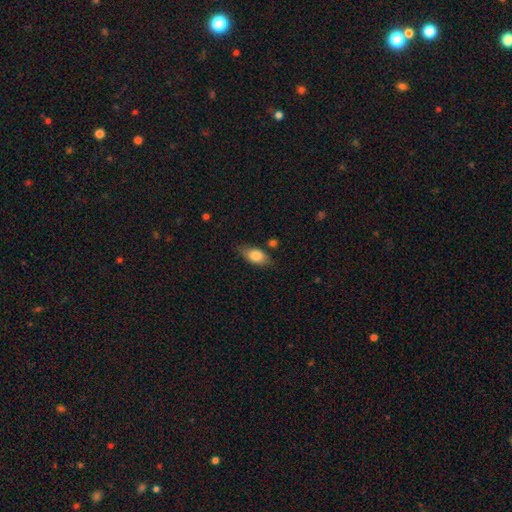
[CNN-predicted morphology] Smooth or featured? smooth (80%)
How rounded? in between (88%)
Merging? none (76%)